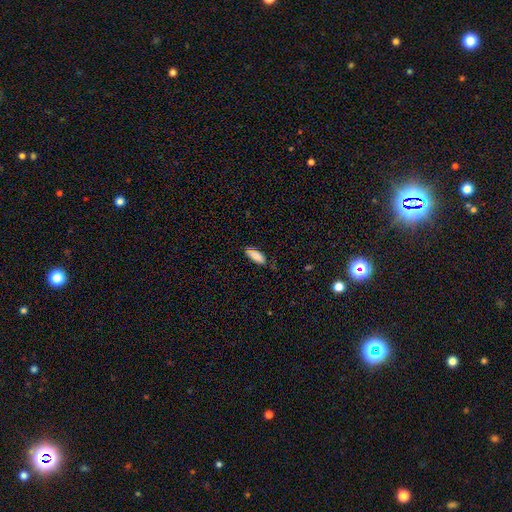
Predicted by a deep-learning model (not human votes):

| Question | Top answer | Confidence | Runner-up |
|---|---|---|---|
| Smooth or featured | smooth | 86% | featured or disk (7%) |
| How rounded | in between | 69% | cigar-shaped (30%) |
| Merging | none | 73% | minor disturbance (21%) |